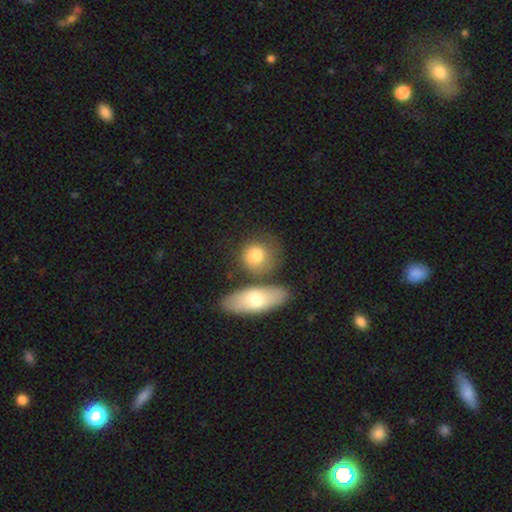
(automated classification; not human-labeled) smooth_or_featured: smooth (p=0.76) [alt: featured or disk p=0.16]
how_rounded: round (p=0.71) [alt: in between p=0.25]
merging: none (p=0.57) [alt: merger p=0.21]